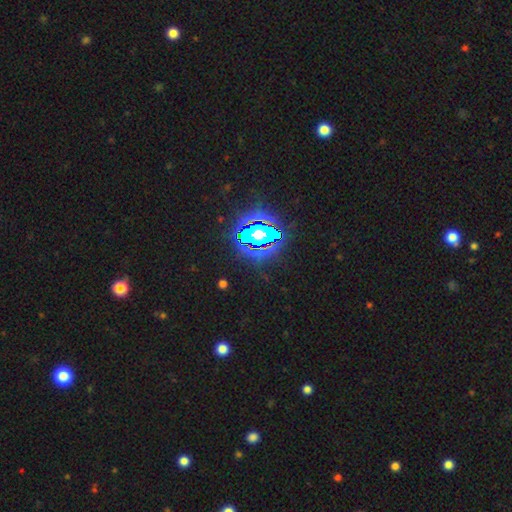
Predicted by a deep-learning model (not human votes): Overall: star or artifact (86%).